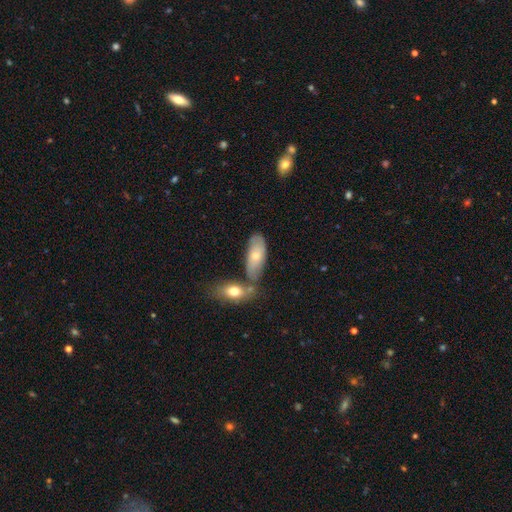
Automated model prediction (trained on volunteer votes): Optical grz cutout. It shows a smooth galaxy with no disk features (63%) that is in between round and cigar-shaped (84%). Merging: none (53%).